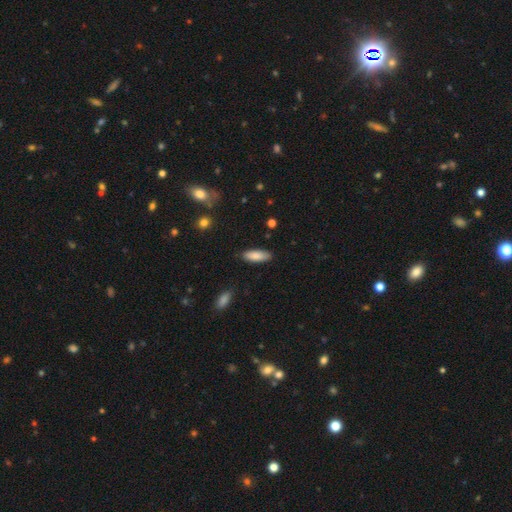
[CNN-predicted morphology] This is clearly a smooth galaxy (85%). How rounded: likely in between (67%). Merging: clearly none (86%).